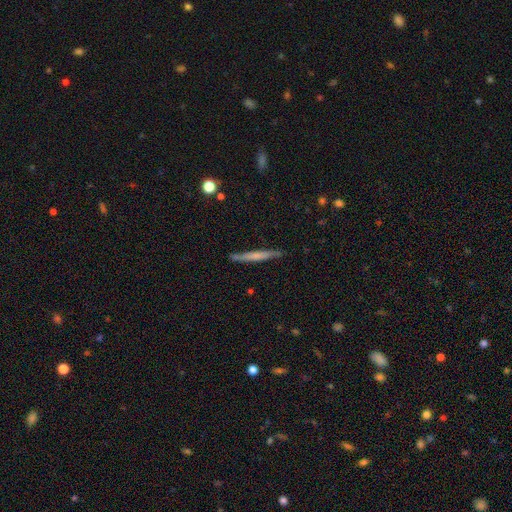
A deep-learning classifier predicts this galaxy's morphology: smooth_or_featured: featured or disk (p=0.48) [alt: smooth p=0.46]
merging: none (p=0.87) [alt: minor disturbance p=0.10]